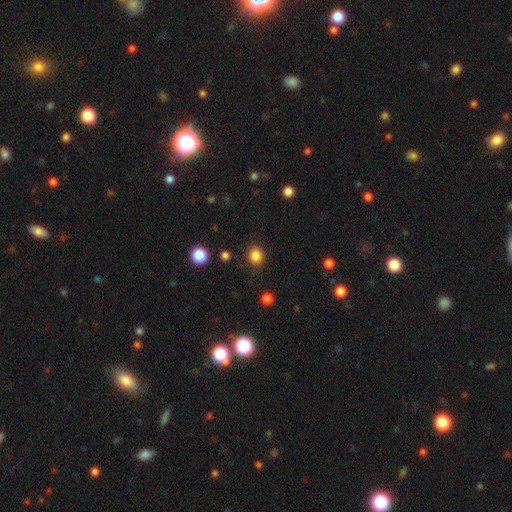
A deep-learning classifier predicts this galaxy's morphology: Smooth or featured? Predicted: smooth (p=0.85). How rounded? Predicted: round (p=0.85). Merging? Predicted: none (p=0.88).